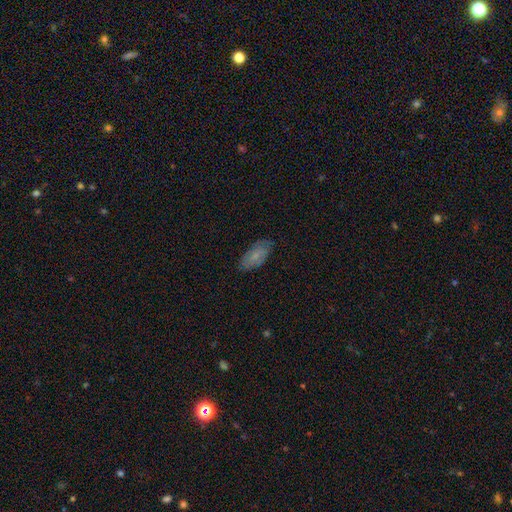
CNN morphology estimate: type=smooth (65%); roundness=in between (90%); merging=none (76%).